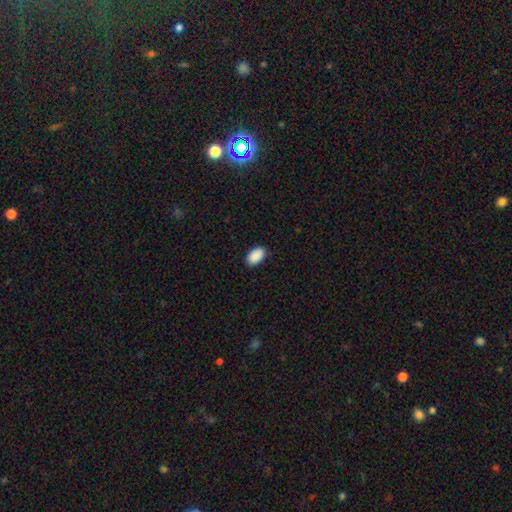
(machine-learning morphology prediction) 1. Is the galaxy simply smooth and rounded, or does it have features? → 91% smooth, 7% star or artifact, 2% featured or disk.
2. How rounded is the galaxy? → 93% in between, 6% round, 1% cigar-shaped.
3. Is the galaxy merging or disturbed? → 87% none, 10% minor disturbance, 2% major disturbance, 1% merger.